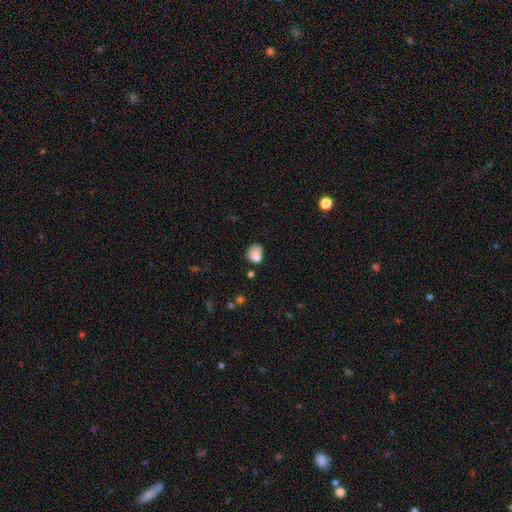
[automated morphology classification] Smooth or featured: smooth — 80% (star or artifact — 10%)
How rounded: round — 51% (in between — 48%)
Merging: none — 42% (minor disturbance — 35%)